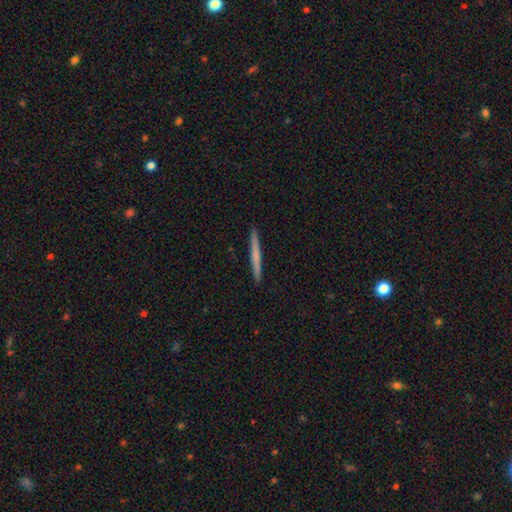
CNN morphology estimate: type=smooth (59%); roundness=cigar-shaped (97%); merging=none (93%).